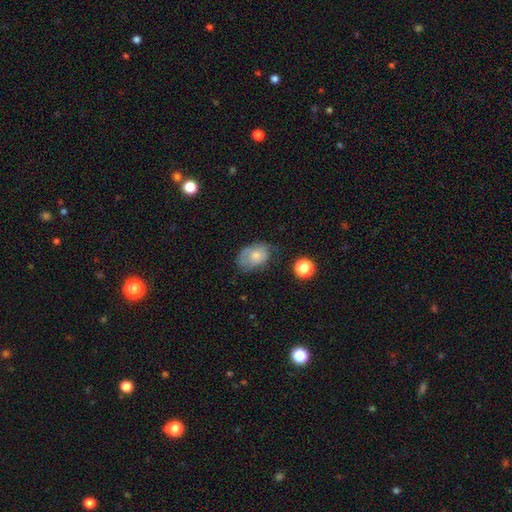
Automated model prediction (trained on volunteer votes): Smooth or featured? smooth (64%)
How rounded? in between (79%)
Merging? none (52%)